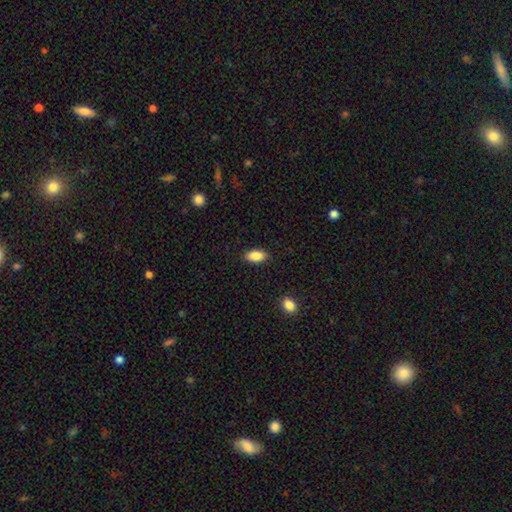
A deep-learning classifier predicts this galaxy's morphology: smooth 86%, star or artifact 7%, featured or disk 6%. Down the decision tree: how rounded — in between (91%); merging — none (88%).